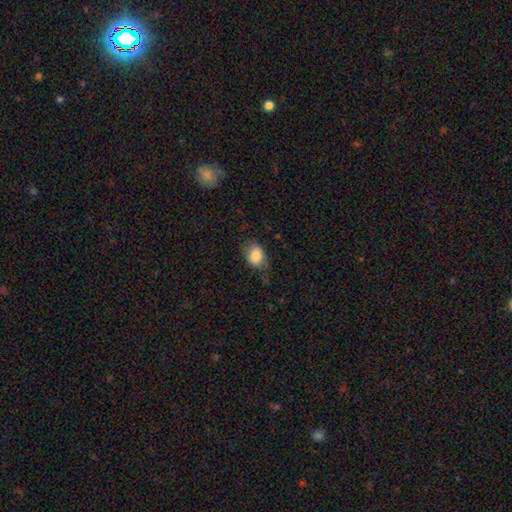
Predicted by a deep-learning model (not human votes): This appears to be a smooth galaxy with no disk features (83%) that is in between round and cigar-shaped (76%). Merging: none (64%).